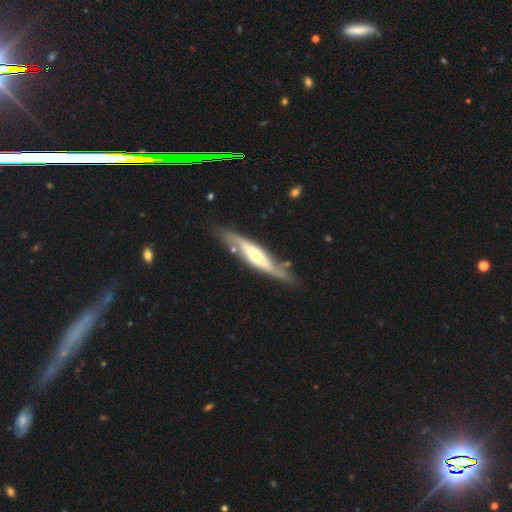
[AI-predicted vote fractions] Morphology: type=featured or disk (68%); edge-on=yes (66%); merging=none (68%).